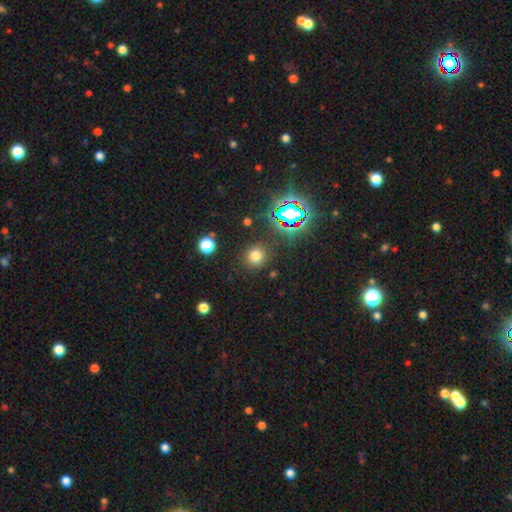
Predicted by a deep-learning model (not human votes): Smooth or featured? smooth (71%)
How rounded? round (88%)
Merging? none (86%)